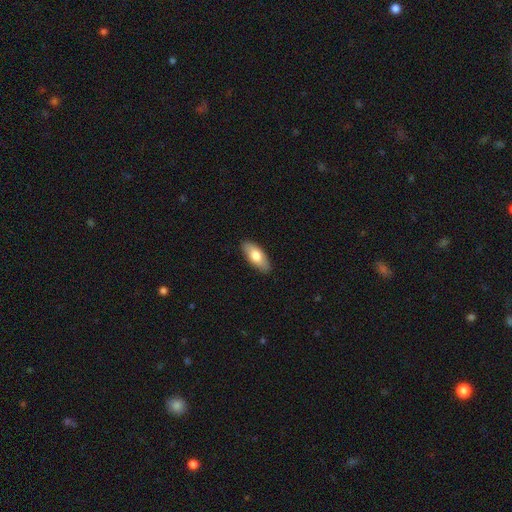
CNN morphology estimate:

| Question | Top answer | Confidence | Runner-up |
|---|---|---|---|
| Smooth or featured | smooth | 76% | featured or disk (19%) |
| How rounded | in between | 84% | cigar-shaped (14%) |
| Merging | none | 88% | minor disturbance (9%) |